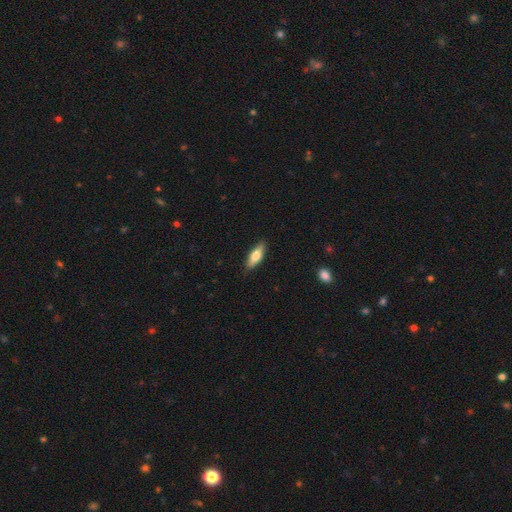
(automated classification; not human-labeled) Overall: smooth (66%; featured or disk 28%). How rounded: in between (55%; cigar-shaped 42%). Merging: none (87%).